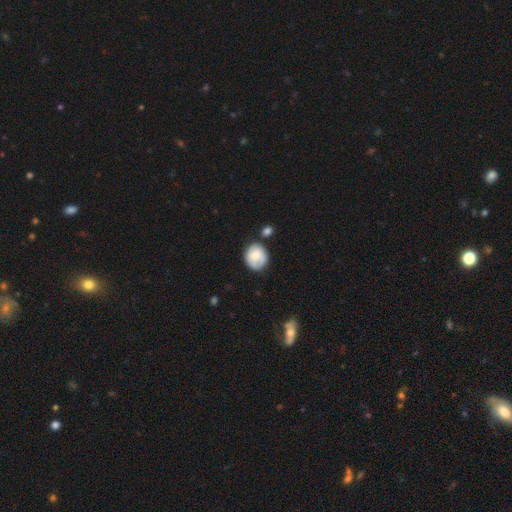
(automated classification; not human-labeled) A smooth galaxy with no disk features (64%) that is round (76%). Merging: none (61%).